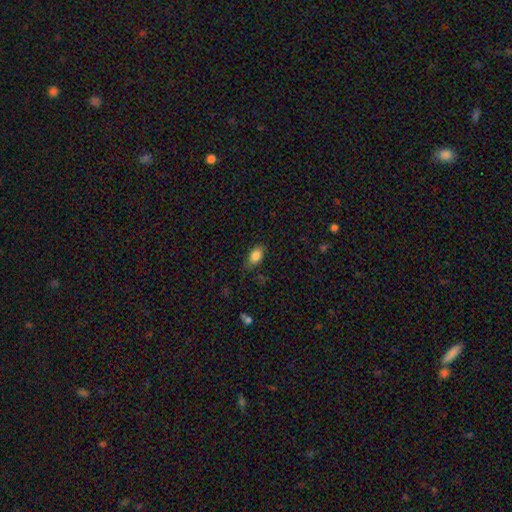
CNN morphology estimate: This is clearly a smooth galaxy (85%). How rounded: clearly in between (88%). Merging: likely none (76%).